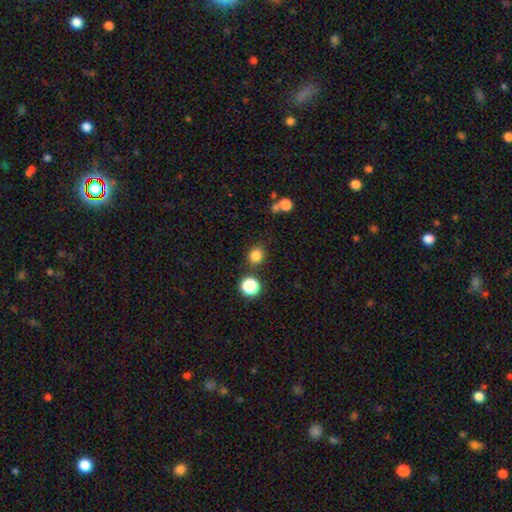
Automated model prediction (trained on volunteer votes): Smooth or featured: smooth — 82% (star or artifact — 14%)
How rounded: round — 84% (in between — 15%)
Merging: none — 82% (minor disturbance — 9%)